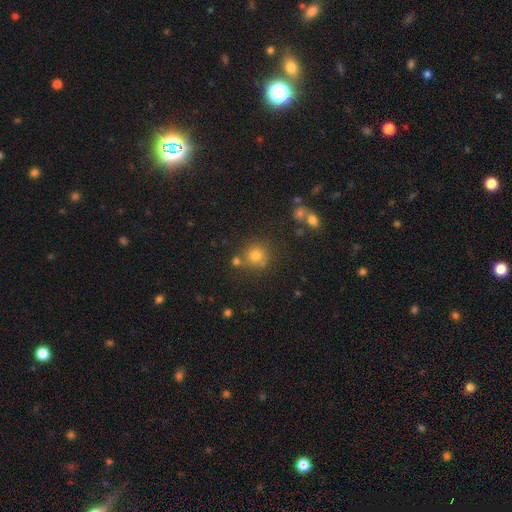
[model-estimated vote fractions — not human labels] A smooth galaxy with no disk features (75%) that is round (90%).

Vote fractions:
- Smooth or featured? smooth: 75% / star or artifact: 16% / featured or disk: 9%
- How rounded? round: 90% / in between: 9% / cigar-shaped: 1%
- Merging? none: 69% / merger: 15% / minor disturbance: 12% / major disturbance: 4%